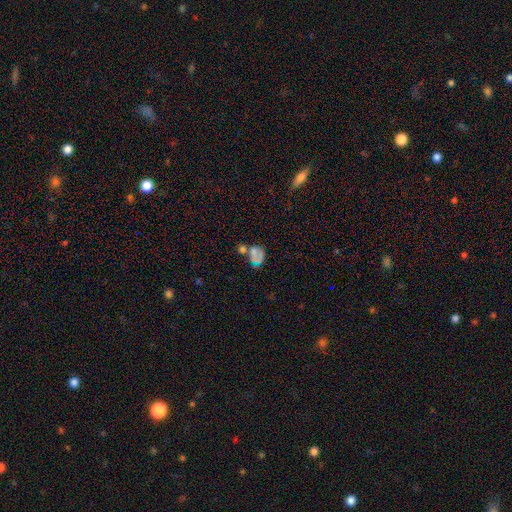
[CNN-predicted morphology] Smooth or featured: smooth — 52% (featured or disk — 32%)
How rounded: in between — 54% (round — 44%)
Merging: merger — 37% (none — 30%)